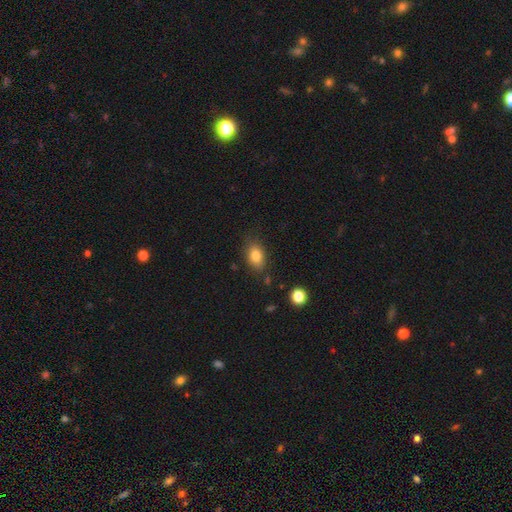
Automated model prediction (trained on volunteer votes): This appears to be a smooth galaxy with no disk features (82%) that is in between round and cigar-shaped (83%). Merging: none (78%).